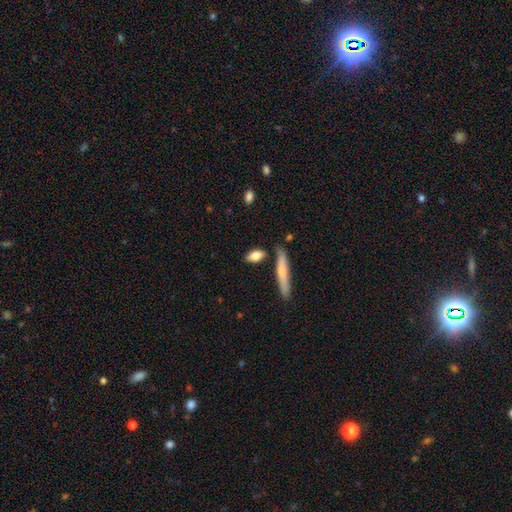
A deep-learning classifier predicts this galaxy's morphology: Smooth or featured: smooth — 77% (featured or disk — 17%)
How rounded: in between — 69% (cigar-shaped — 26%)
Merging: none — 73% (minor disturbance — 14%)